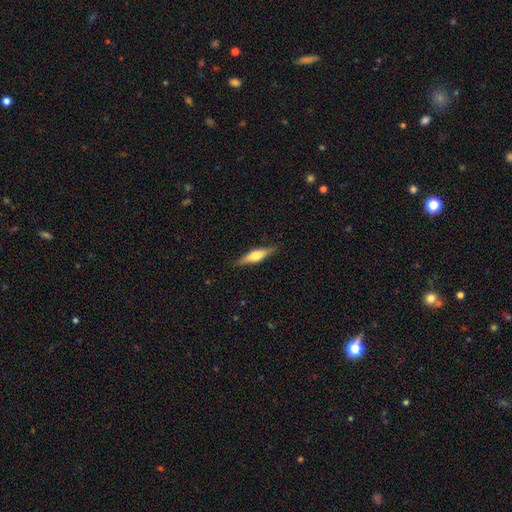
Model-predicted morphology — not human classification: This is possibly a featured or disk galaxy (54%). It is clearly viewed edge-on (96%). Edge-on bulge: clearly rounded (86%). Merging: clearly none (87%).